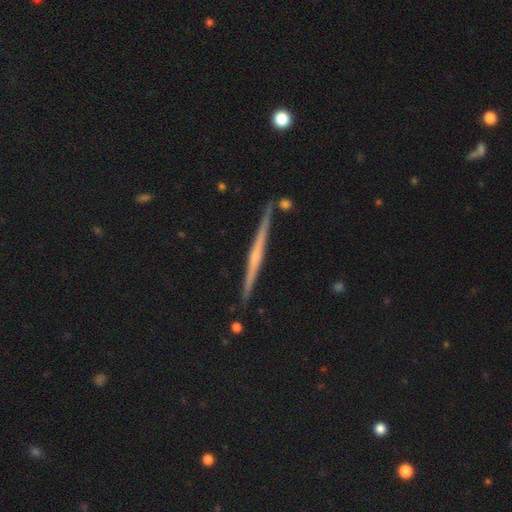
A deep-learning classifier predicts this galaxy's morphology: A featured or disk galaxy (75%) viewed edge-on (98%) with no central bulge (51%). Merging: none (89%).